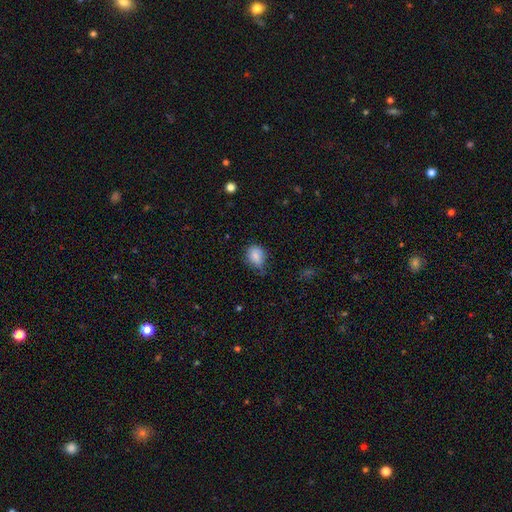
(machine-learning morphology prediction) Smooth or featured: smooth — 83% (star or artifact — 9%)
How rounded: round — 51% (in between — 48%)
Merging: none — 55% (minor disturbance — 34%)